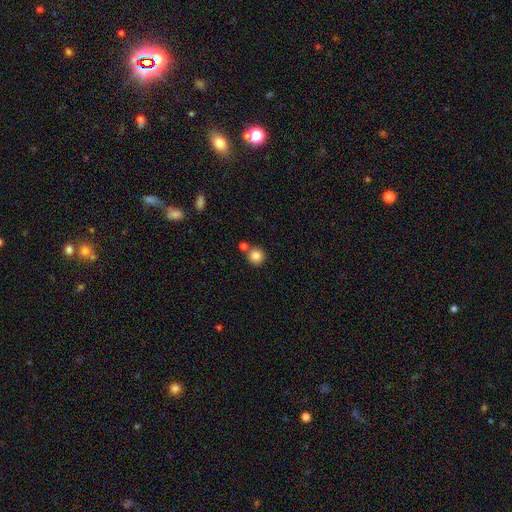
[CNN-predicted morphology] Overall: smooth (84%). How rounded: round (92%). Merging: none (71%).